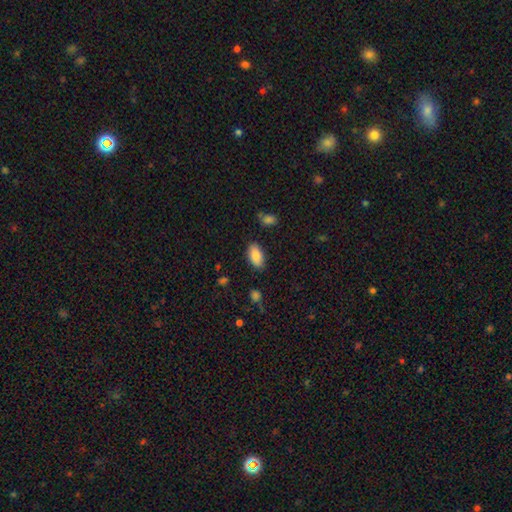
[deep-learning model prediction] smooth-or-featured: smooth: 87% | star or artifact: 7% | featured or disk: 6%
  how-rounded: in between: 94% | cigar-shaped: 4% | round: 3%
  merging: none: 85% | minor disturbance: 11% | major disturbance: 3% | merger: 2%